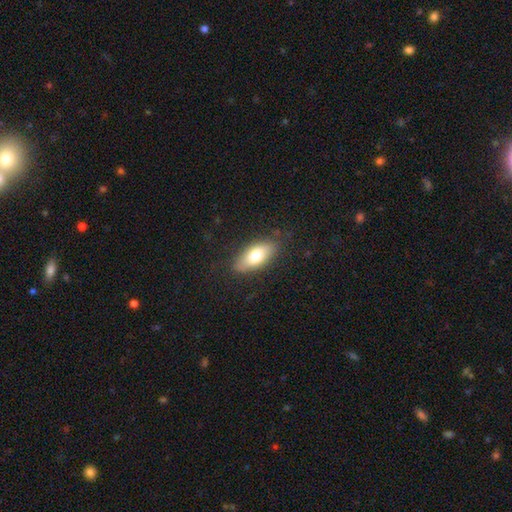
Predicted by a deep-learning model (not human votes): A smooth galaxy with no disk features (74%) that is in between round and cigar-shaped (84%). Merging: none (82%).